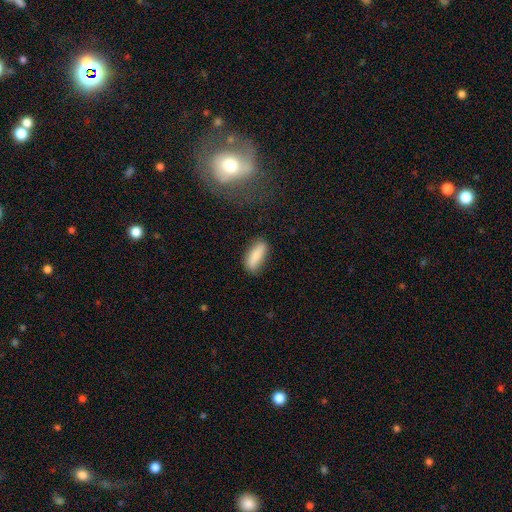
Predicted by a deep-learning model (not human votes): smooth-or-featured: smooth: 81% | featured or disk: 12% | star or artifact: 6%
  how-rounded: in between: 65% | cigar-shaped: 33% | round: 2%
  merging: none: 82% | minor disturbance: 13% | major disturbance: 3% | merger: 2%